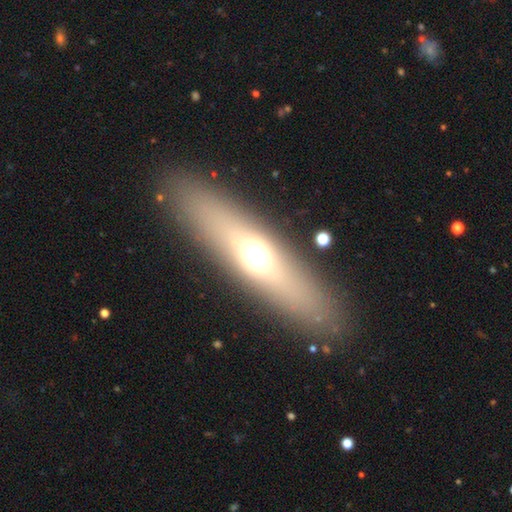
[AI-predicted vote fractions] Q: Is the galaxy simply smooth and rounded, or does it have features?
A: smooth — 49%.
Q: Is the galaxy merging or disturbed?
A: none — 88%.